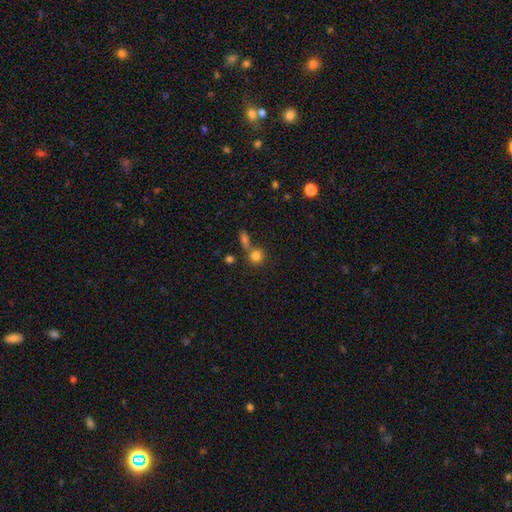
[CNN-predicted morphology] type=smooth (80%); roundness=round (86%); merging=none (59%).